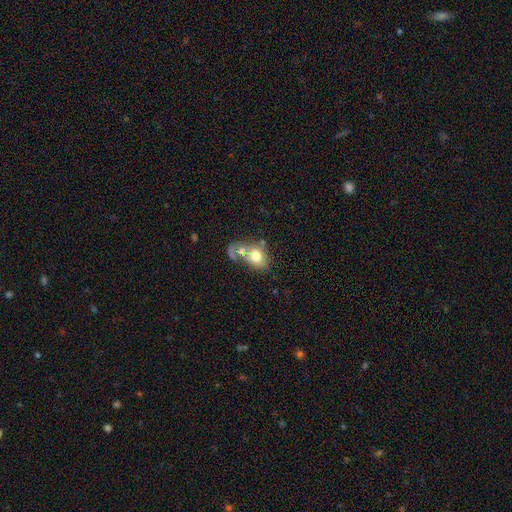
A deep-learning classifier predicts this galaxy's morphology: This appears to be a smooth galaxy with no disk features (66%) that is in between round and cigar-shaped (69%). Merging: merger (52%).